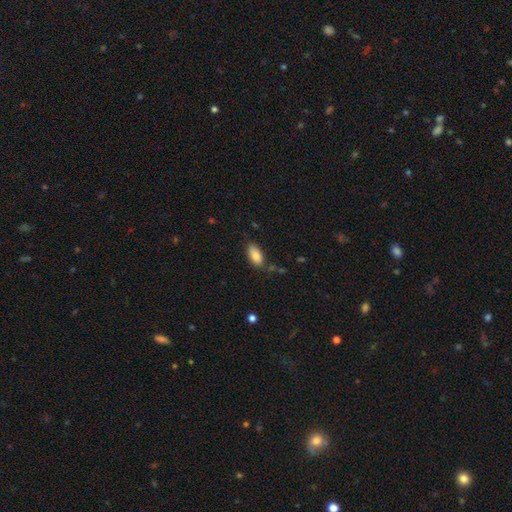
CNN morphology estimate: This is clearly a smooth galaxy (84%). How rounded: clearly in between (93%). Merging: likely none (74%).